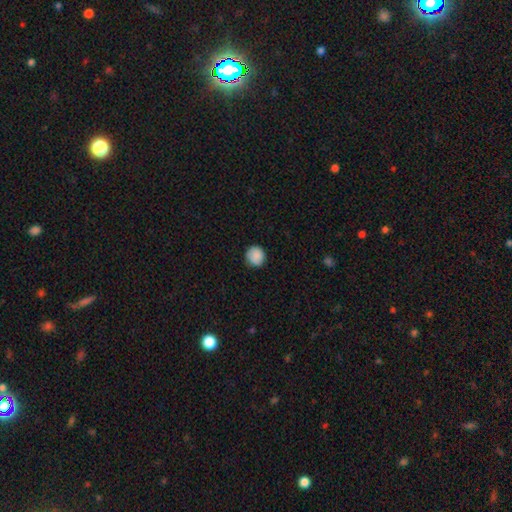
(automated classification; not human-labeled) Q: Smooth or featured?
A: smooth (88%); runner-up: star or artifact (8%)
Q: How rounded?
A: round (93%); runner-up: in between (6%)
Q: Merging?
A: none (88%); runner-up: minor disturbance (9%)